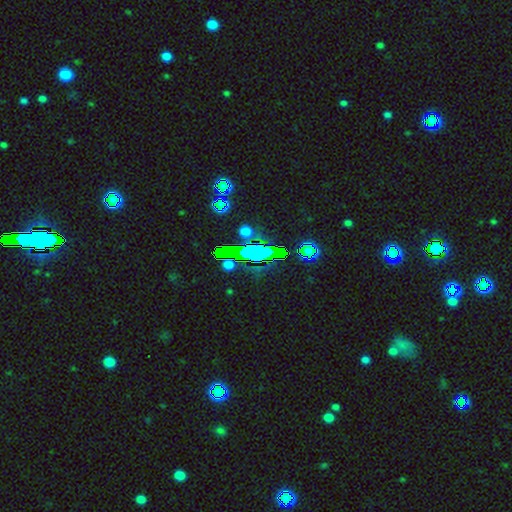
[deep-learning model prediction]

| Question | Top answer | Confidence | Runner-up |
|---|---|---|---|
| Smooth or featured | star or artifact | 68% | smooth (20%) |